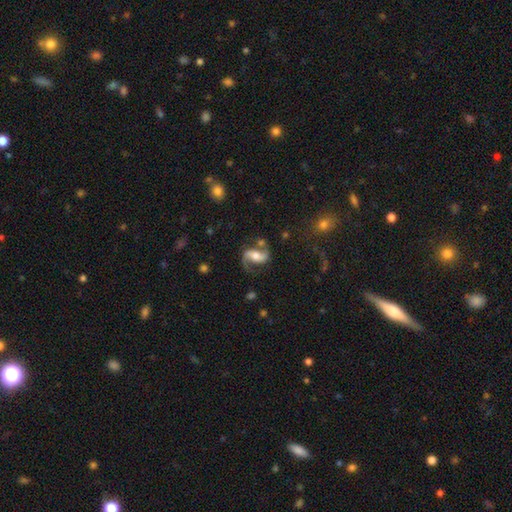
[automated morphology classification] Smooth or featured? Predicted: featured or disk (p=0.85). Edge-on disk? Predicted: no (p=0.97). Bar? Predicted: weak (p=0.34, tied with no). Spiral arms? Predicted: yes (p=0.96). Spiral winding? Predicted: loose (p=0.50). Spiral arm count? Predicted: 2 (p=0.90). Bulge size? Predicted: moderate (p=0.56). Merging? Predicted: none (p=0.66).